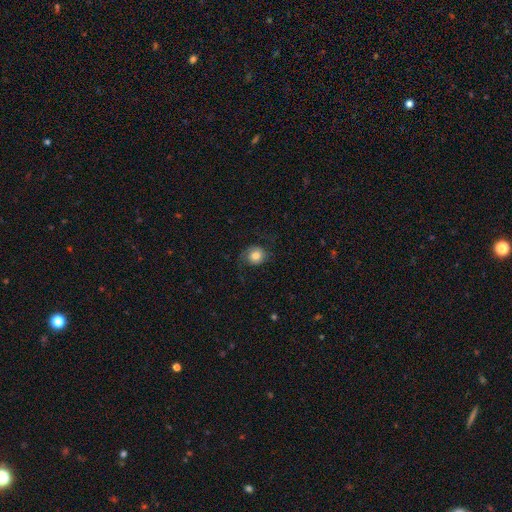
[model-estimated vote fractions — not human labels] The model was most divided on "smooth or featured": smooth: 59%, featured or disk: 32%, star or artifact: 9%. More confident: how rounded — round (72%); merging — none (63%).